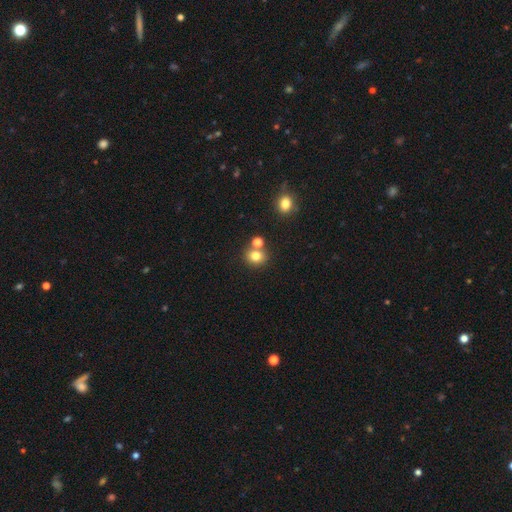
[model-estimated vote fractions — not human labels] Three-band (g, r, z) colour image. It shows a smooth galaxy with no disk features (79%) that is round (79%). Merging: none (66%).